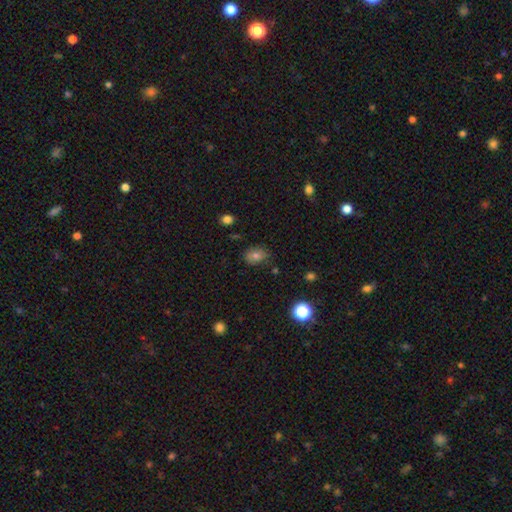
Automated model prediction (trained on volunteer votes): Smooth or featured? smooth (73%)
How rounded? in between (60%)
Merging? none (76%)